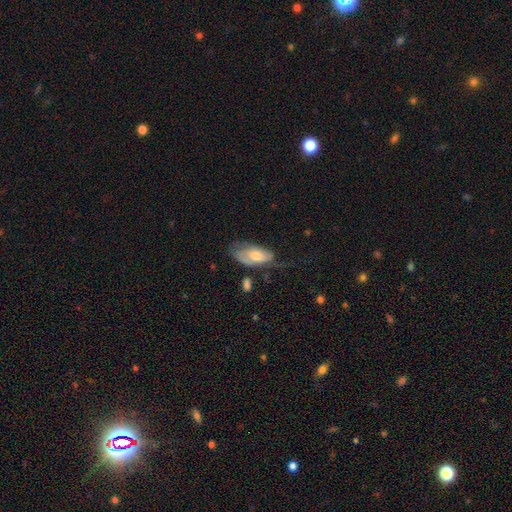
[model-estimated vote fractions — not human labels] Q: Smooth or featured?
A: smooth (54%); runner-up: featured or disk (39%)
Q: How rounded?
A: in between (90%); runner-up: cigar-shaped (7%)
Q: Merging?
A: none (35%); runner-up: minor disturbance (32%)